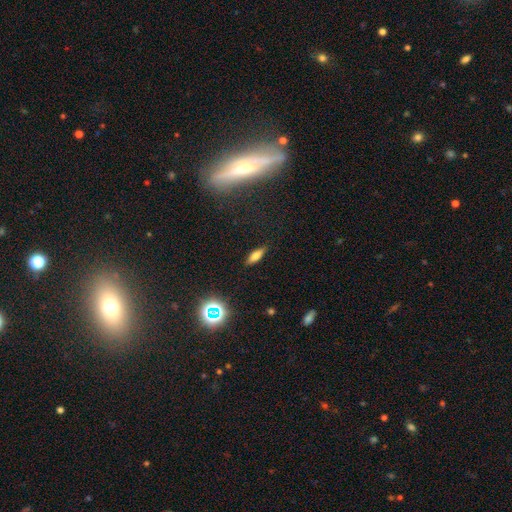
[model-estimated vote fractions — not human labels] This appears to be a smooth galaxy with no disk features (63%) that is in between round and cigar-shaped (50%). Merging: none (87%).